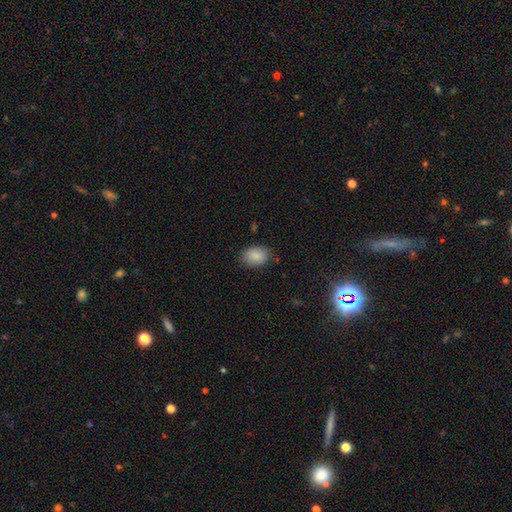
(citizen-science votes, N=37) Smooth or featured? smooth (92%)
How rounded? in between (76%)
Merging? none (91%)